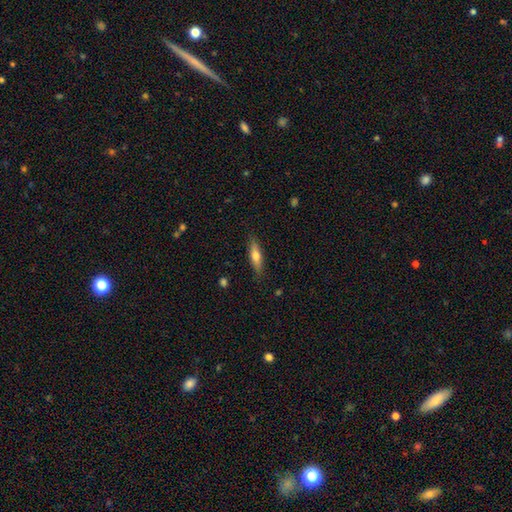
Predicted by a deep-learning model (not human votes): A smooth galaxy with no disk features (63%) that is cigar-shaped (66%).

Vote fractions:
- Smooth or featured? smooth: 63% / featured or disk: 31% / star or artifact: 6%
- How rounded? cigar-shaped: 66% / in between: 32% / round: 2%
- Merging? none: 86% / minor disturbance: 10% / major disturbance: 2% / merger: 1%